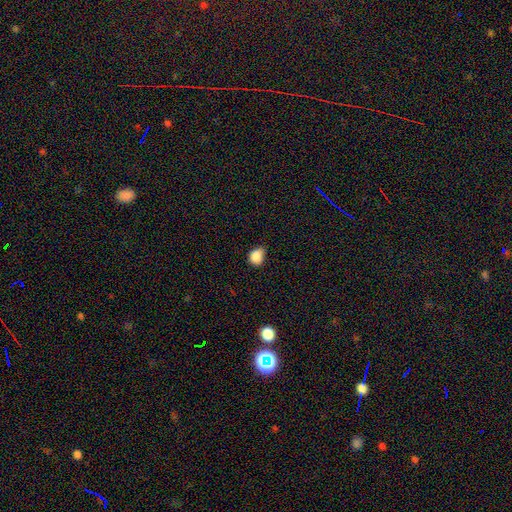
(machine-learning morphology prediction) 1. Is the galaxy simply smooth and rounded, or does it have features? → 86% smooth, 10% star or artifact, 4% featured or disk.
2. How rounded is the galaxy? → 52% round, 47% in between, 1% cigar-shaped.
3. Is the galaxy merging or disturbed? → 56% none, 36% minor disturbance, 6% major disturbance, 3% merger.